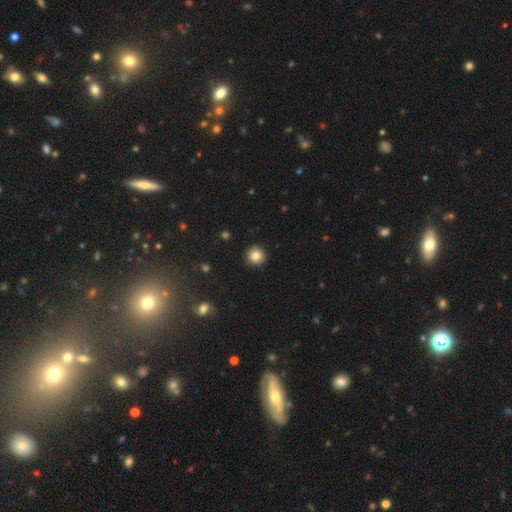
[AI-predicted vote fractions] The model was most divided on "smooth or featured": smooth: 84%, star or artifact: 10%, featured or disk: 6%. More confident: how rounded — round (94%); merging — none (91%).